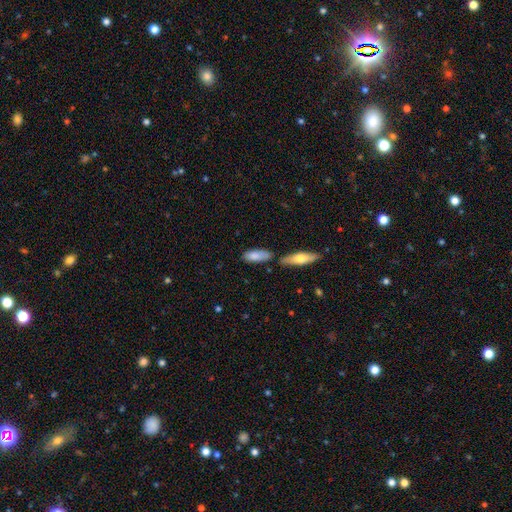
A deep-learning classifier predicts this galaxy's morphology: smooth_or_featured: smooth (p=0.80) [alt: featured or disk p=0.14]
how_rounded: in between (p=0.68) [alt: cigar-shaped p=0.30]
merging: none (p=0.61) [alt: merger p=0.18]